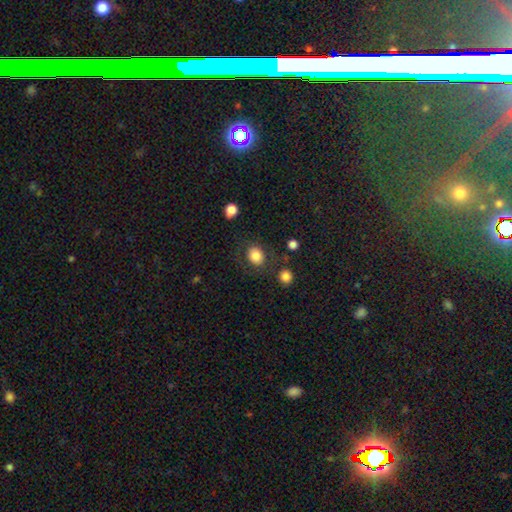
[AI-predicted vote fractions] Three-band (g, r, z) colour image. It shows a smooth galaxy with no disk features (81%) that is round (57%). Merging: none (76%).